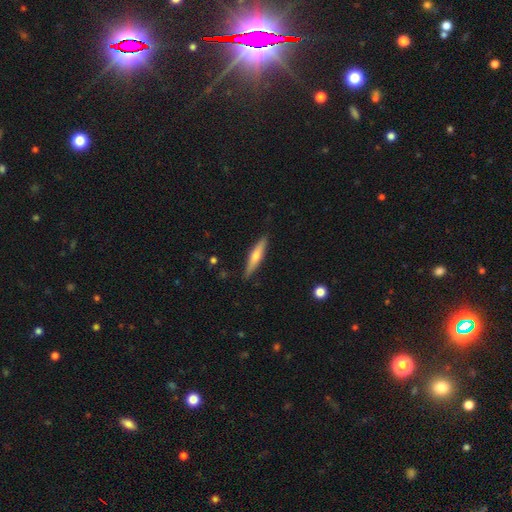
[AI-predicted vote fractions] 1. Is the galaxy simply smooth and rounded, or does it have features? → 52% smooth, 43% featured or disk, 6% star or artifact.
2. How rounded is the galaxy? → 84% cigar-shaped, 14% in between, 2% round.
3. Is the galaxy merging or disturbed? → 88% none, 9% minor disturbance, 2% major disturbance, 1% merger.